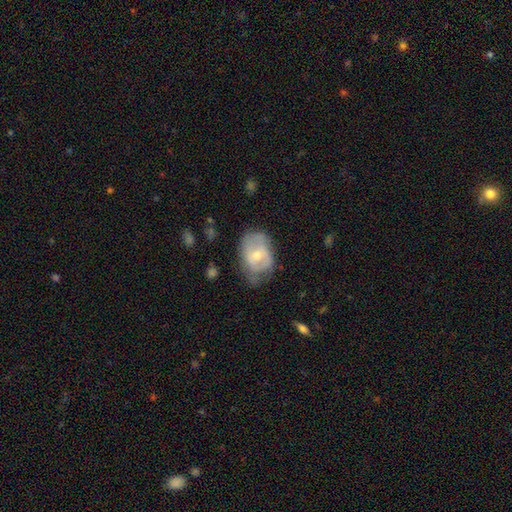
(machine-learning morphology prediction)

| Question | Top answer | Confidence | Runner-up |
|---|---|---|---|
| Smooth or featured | featured or disk | 58% | smooth (35%) |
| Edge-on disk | no | 95% | yes (5%) |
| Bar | no | 54% | weak (36%) |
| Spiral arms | yes | 59% | no (41%) |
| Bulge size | moderate | 53% | small (44%) |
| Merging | none | 52% | minor disturbance (33%) |